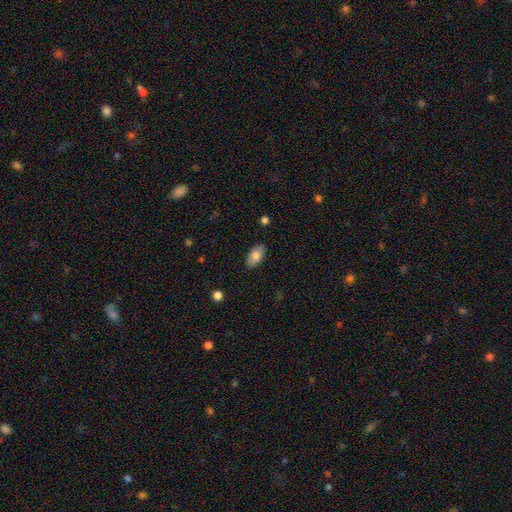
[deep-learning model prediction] The model was most divided on "smooth or featured": smooth: 78%, featured or disk: 15%, star or artifact: 7%. More confident: how rounded — in between (94%); merging — none (88%).